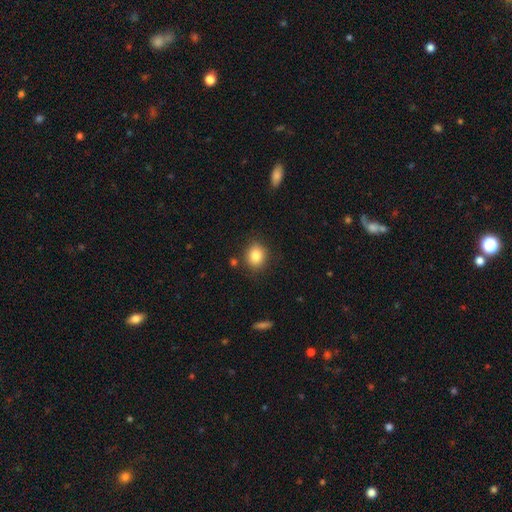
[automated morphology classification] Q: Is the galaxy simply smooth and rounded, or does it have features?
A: smooth — 84%.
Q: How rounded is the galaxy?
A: round — 67%.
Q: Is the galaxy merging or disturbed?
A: none — 84%.